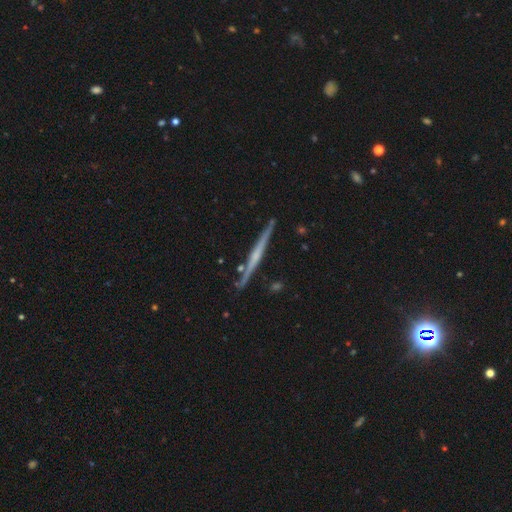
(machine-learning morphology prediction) Smooth or featured? featured or disk (74%)
Edge-on disk? yes (98%)
Edge-on bulge? none (52%)
Merging? none (86%)